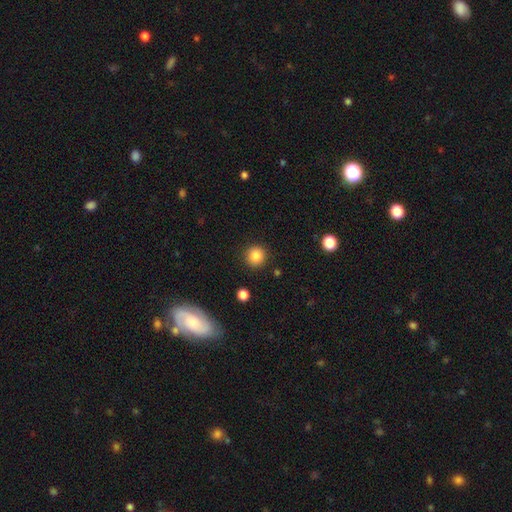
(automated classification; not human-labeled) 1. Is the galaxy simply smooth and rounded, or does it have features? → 85% smooth, 10% star or artifact, 4% featured or disk.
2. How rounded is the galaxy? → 92% round, 7% in between, 1% cigar-shaped.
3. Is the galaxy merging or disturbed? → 90% none, 6% minor disturbance, 2% major disturbance, 2% merger.